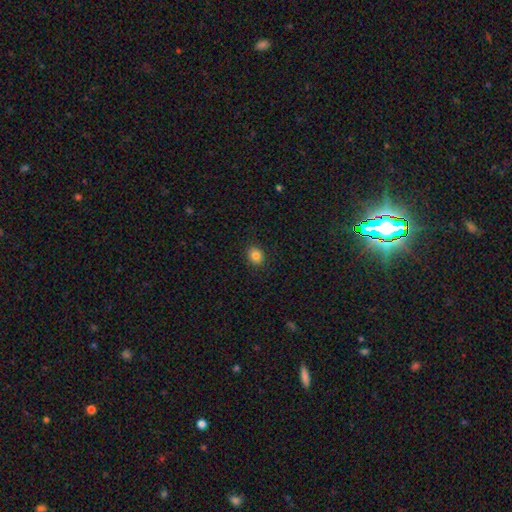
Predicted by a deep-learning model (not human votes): smooth_or_featured: smooth (p=0.84) [alt: star or artifact p=0.11]
how_rounded: round (p=0.67) [alt: in between p=0.33]
merging: none (p=0.89) [alt: minor disturbance p=0.08]